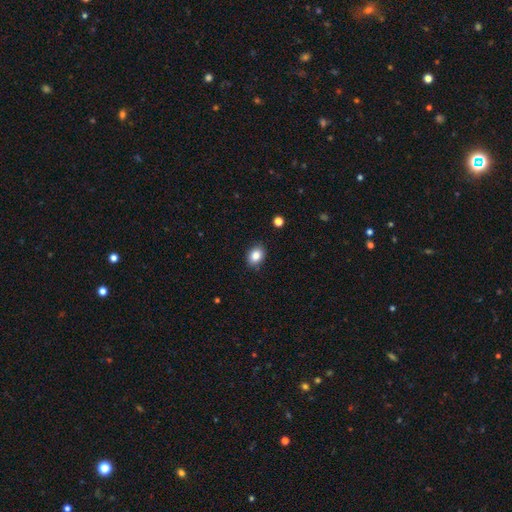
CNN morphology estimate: The model was most divided on "how rounded": in between: 57%, round: 42%, cigar-shaped: 1%. More confident: smooth or featured — smooth (85%); merging — none (85%).